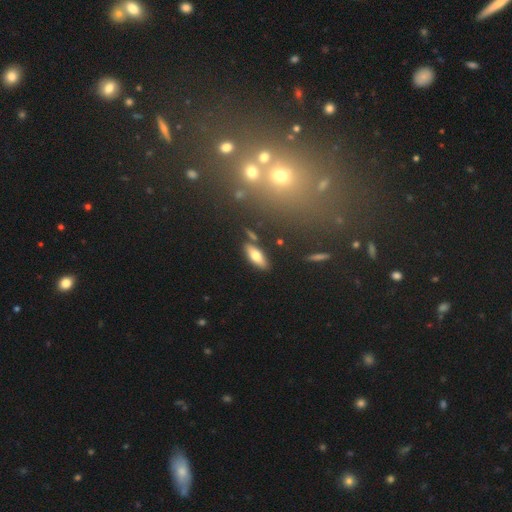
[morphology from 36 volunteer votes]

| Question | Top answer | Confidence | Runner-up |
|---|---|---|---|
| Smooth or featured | smooth | 78% | featured or disk (19%) |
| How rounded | in between | 61% | cigar-shaped (39%) |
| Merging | none | 80% | minor disturbance (11%) |